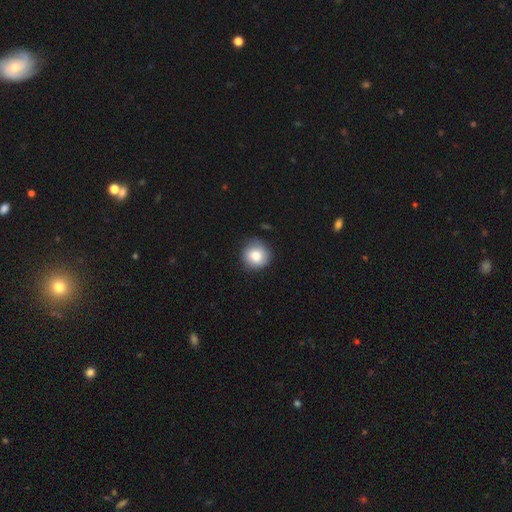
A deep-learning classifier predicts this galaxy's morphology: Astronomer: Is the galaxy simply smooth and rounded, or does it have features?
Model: smooth — 83%.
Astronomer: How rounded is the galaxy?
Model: round — 92%.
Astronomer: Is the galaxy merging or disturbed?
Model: none — 81%.